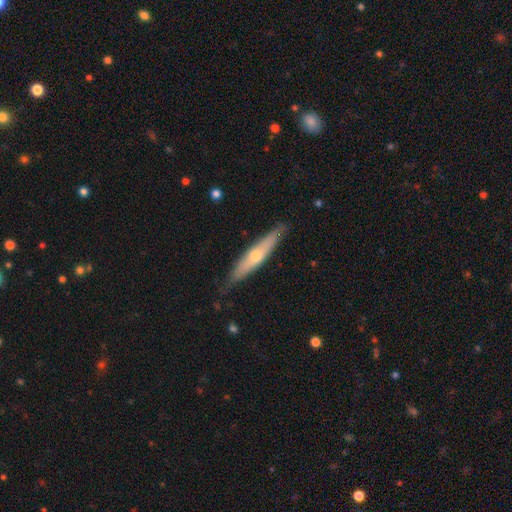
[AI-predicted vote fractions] Smooth or featured?
  - featured or disk: 50% *
  - smooth: 45%
  - star or artifact: 6%
Merging?
  - none: 84% *
  - minor disturbance: 13%
  - major disturbance: 2%
  - merger: 1%